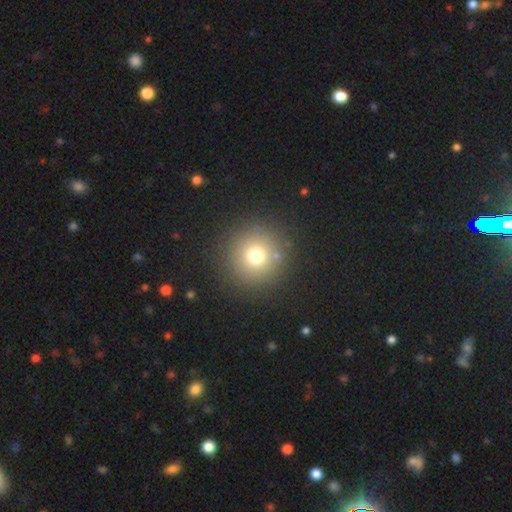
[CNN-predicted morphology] smooth 73%, star or artifact 17%, featured or disk 10%. Down the decision tree: how rounded — round (96%); merging — none (87%).